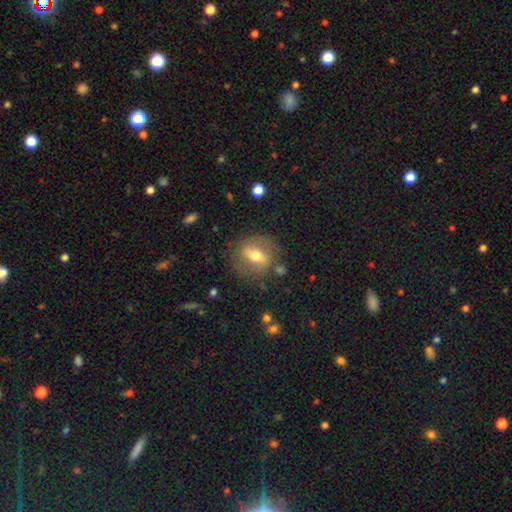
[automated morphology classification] Smooth or featured: smooth — 46% (featured or disk — 45%)
Merging: none — 76% (minor disturbance — 14%)